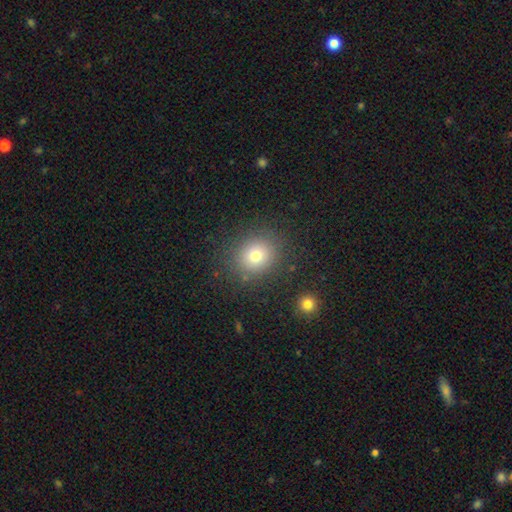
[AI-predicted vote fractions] The model was most divided on "how rounded": round: 78%, in between: 21%, cigar-shaped: 1%. More confident: merging — none (85%); smooth or featured — smooth (74%).